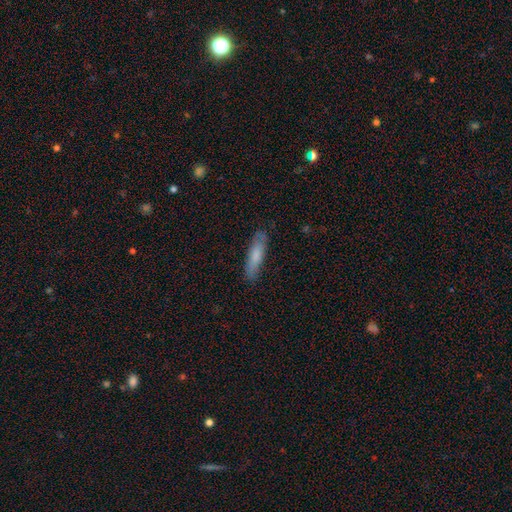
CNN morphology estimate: type=smooth (75%); roundness=cigar-shaped (71%); merging=none (82%).